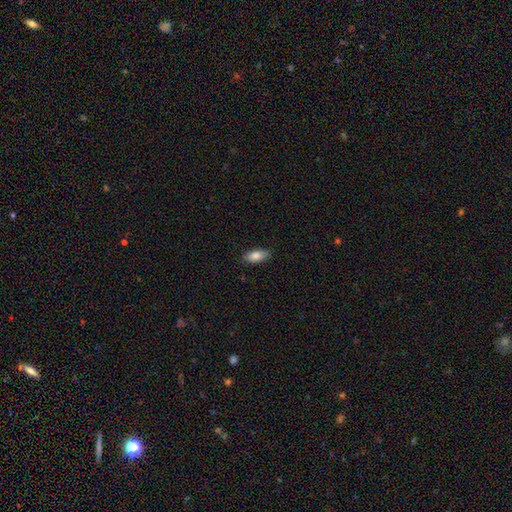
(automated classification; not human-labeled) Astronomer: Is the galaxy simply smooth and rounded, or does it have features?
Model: smooth — 83%.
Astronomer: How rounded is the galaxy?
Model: in between — 84%.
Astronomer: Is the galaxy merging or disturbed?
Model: none — 85%.